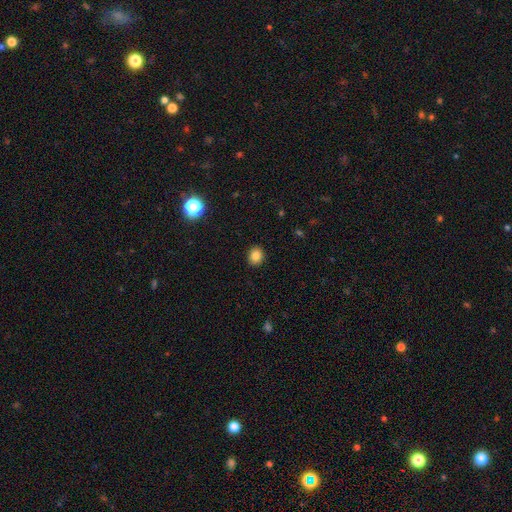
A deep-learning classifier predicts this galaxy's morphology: smooth_or_featured: smooth (p=0.83) [alt: star or artifact p=0.11]
how_rounded: round (p=0.68) [alt: in between p=0.31]
merging: none (p=0.90) [alt: minor disturbance p=0.07]